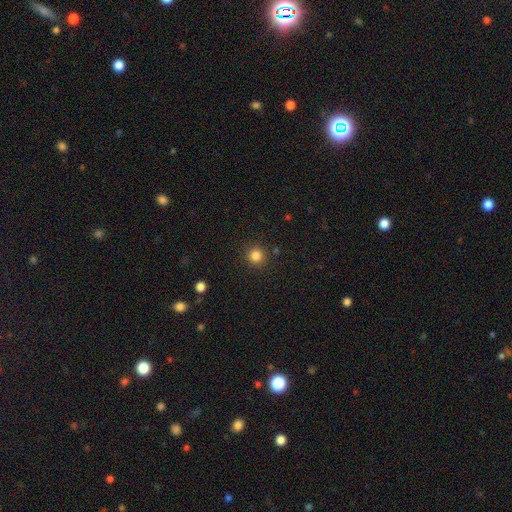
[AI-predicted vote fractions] The model was most divided on "smooth or featured": smooth: 84%, star or artifact: 12%, featured or disk: 4%. More confident: how rounded — round (95%); merging — none (91%).